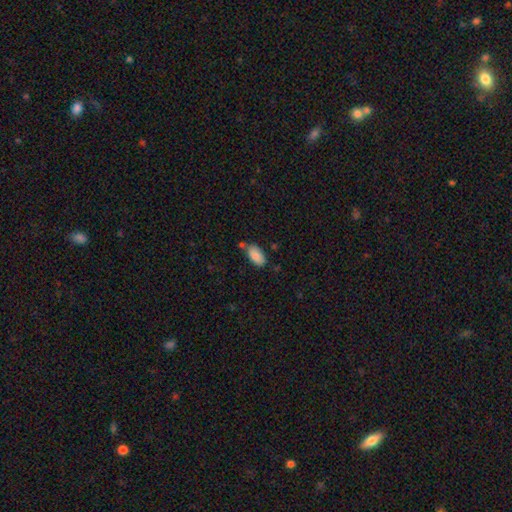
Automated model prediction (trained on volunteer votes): smooth-or-featured: smooth: 87% | star or artifact: 7% | featured or disk: 6%
  how-rounded: in between: 95% | cigar-shaped: 3% | round: 2%
  merging: none: 66% | minor disturbance: 18% | merger: 12% | major disturbance: 4%